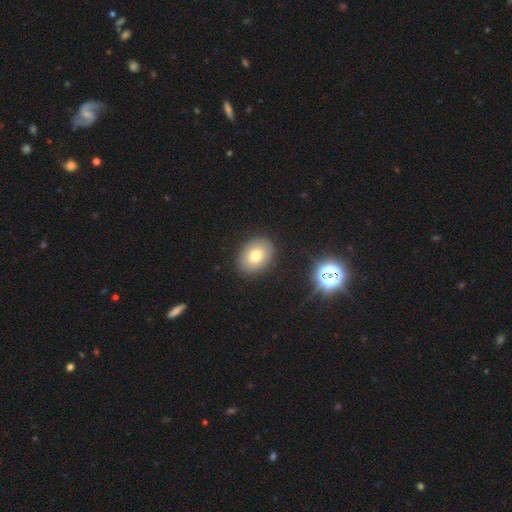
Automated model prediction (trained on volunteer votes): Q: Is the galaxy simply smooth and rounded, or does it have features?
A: smooth — 75%.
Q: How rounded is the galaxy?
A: in between — 70%.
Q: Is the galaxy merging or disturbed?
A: none — 87%.